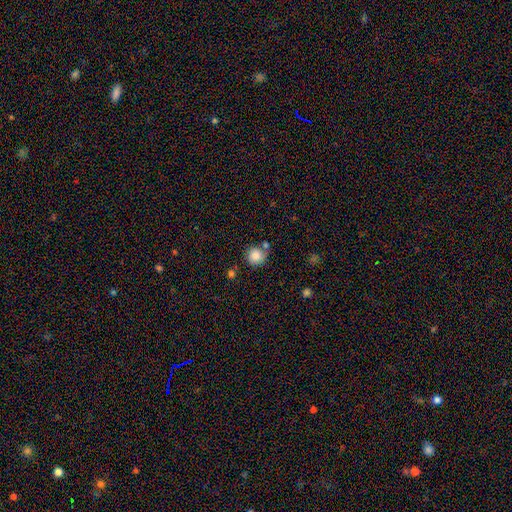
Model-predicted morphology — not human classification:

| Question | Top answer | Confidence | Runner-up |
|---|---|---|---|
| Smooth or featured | smooth | 85% | star or artifact (9%) |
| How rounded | round | 91% | in between (8%) |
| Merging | none | 67% | minor disturbance (15%) |